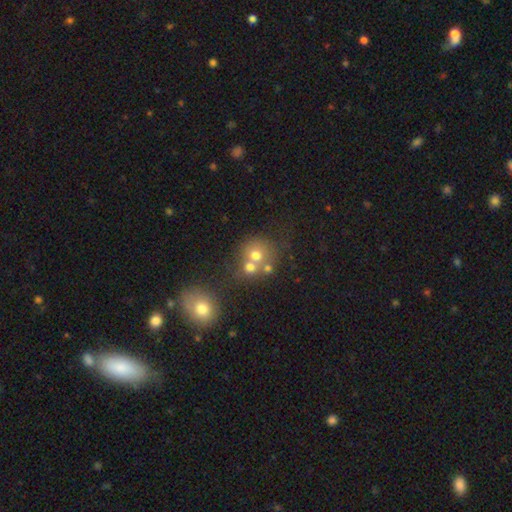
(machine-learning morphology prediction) smooth-or-featured: smooth: 65% | featured or disk: 19% | star or artifact: 16%
  how-rounded: round: 82% | in between: 17% | cigar-shaped: 1%
  merging: merger: 47% | none: 40% | minor disturbance: 8% | major disturbance: 5%